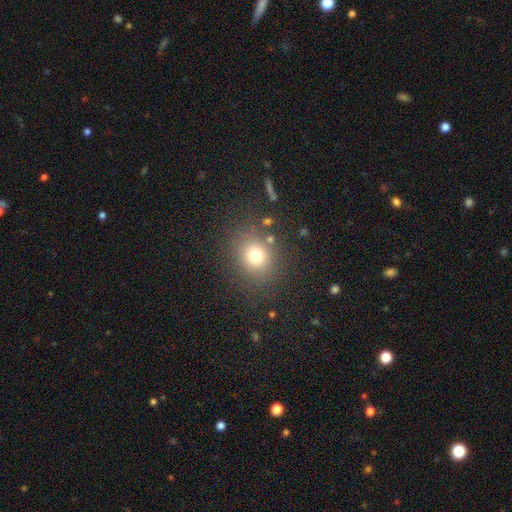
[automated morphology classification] Q: Smooth or featured?
A: smooth (75%); runner-up: star or artifact (16%)
Q: How rounded?
A: round (77%); runner-up: in between (22%)
Q: Merging?
A: none (81%); runner-up: minor disturbance (10%)